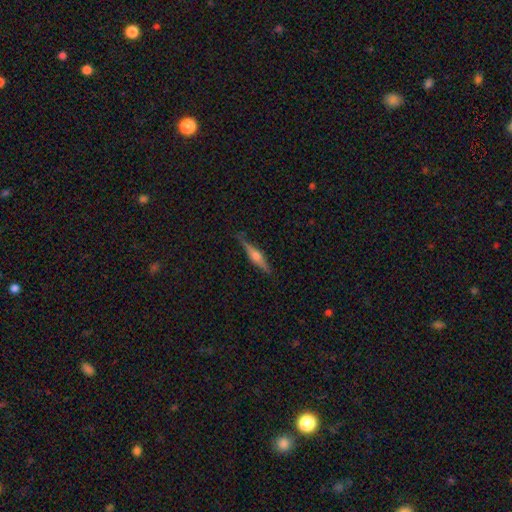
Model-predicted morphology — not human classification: Smooth or featured? featured or disk (76%)
Edge-on disk? yes (98%)
Edge-on bulge? rounded (86%)
Merging? none (87%)